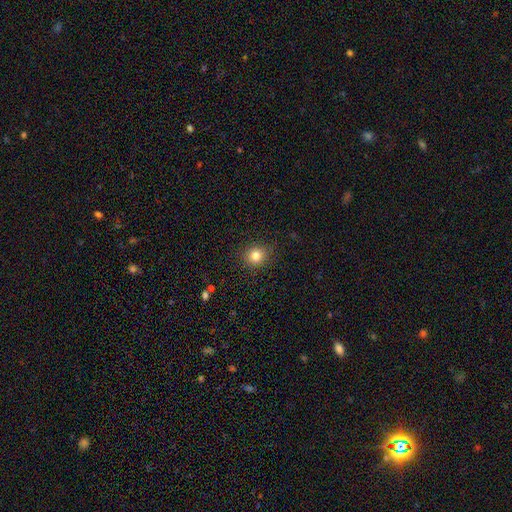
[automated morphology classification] type=smooth (82%); roundness=round (84%); merging=none (88%).